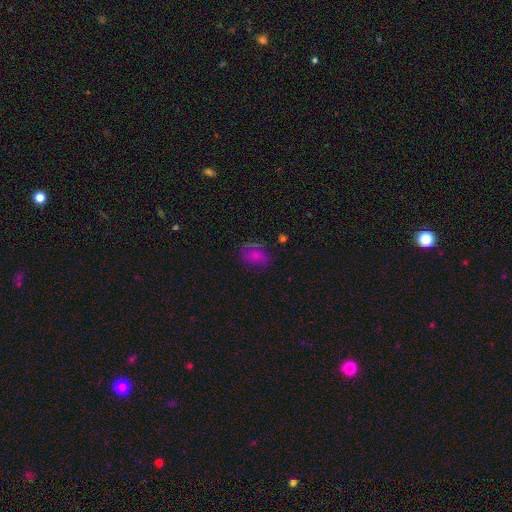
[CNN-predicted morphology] A smooth galaxy with no disk features (70%) that is in between round and cigar-shaped (69%).

Vote fractions:
- Smooth or featured? smooth: 70% / featured or disk: 17% / star or artifact: 13%
- How rounded? in between: 69% / round: 30% / cigar-shaped: 1%
- Merging? none: 62% / minor disturbance: 25% / major disturbance: 11% / merger: 2%